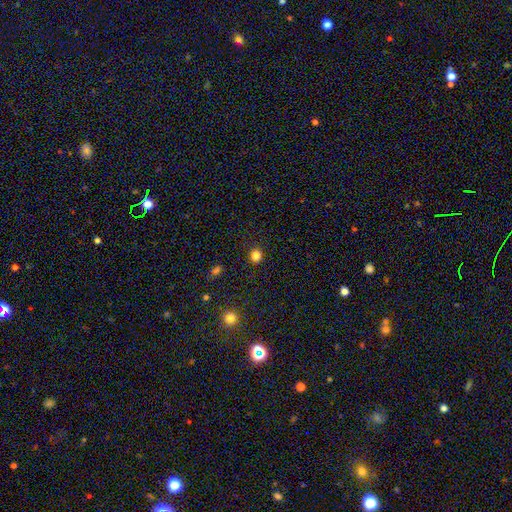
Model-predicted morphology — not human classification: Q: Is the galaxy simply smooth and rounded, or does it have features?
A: smooth — 83%.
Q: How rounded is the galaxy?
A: round — 86%.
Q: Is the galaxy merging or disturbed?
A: none — 91%.